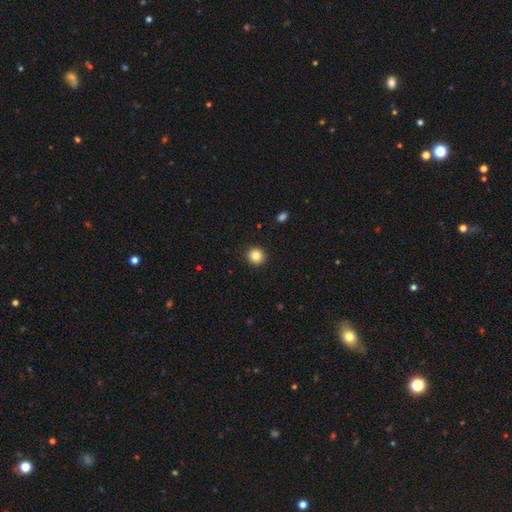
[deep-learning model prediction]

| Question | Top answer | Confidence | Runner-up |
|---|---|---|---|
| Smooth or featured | smooth | 84% | star or artifact (10%) |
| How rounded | round | 92% | in between (7%) |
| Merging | none | 92% | minor disturbance (5%) |